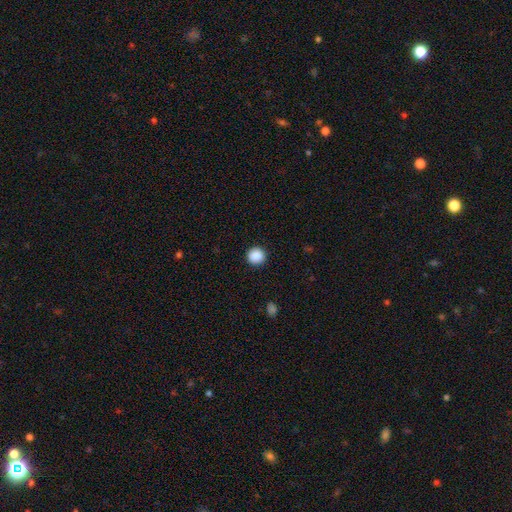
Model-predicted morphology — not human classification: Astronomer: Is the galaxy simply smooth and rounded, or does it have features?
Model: smooth — 89%.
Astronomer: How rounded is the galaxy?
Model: round — 95%.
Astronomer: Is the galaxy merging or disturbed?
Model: none — 92%.